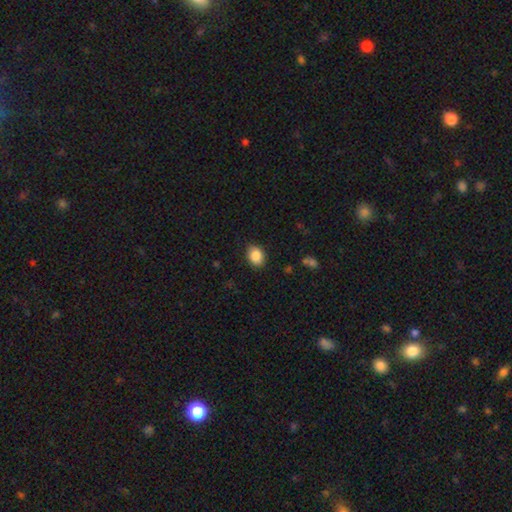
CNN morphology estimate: Smooth or featured?
  - smooth: 88% *
  - star or artifact: 7%
  - featured or disk: 5%
How rounded?
  - in between: 69% *
  - round: 30%
  - cigar-shaped: 1%
Merging?
  - none: 87% *
  - minor disturbance: 10%
  - major disturbance: 2%
  - merger: 1%